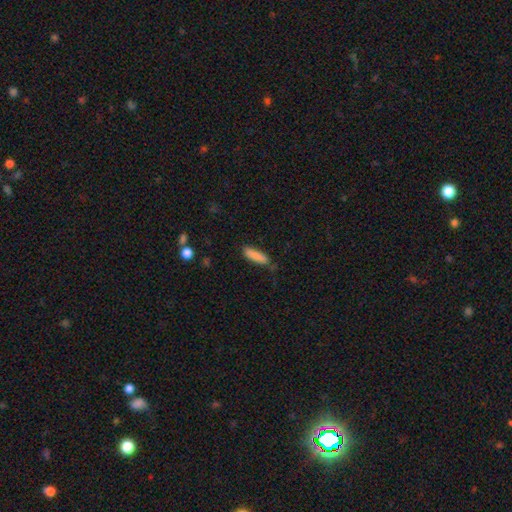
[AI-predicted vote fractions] Smooth or featured: smooth — 87% (featured or disk — 7%)
How rounded: cigar-shaped — 66% (in between — 33%)
Merging: none — 77% (minor disturbance — 18%)